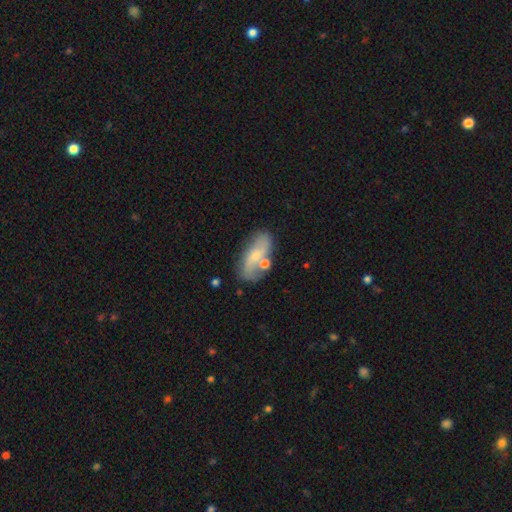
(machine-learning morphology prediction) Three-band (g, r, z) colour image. It shows a featured or disk galaxy (57%) with no bar (56%), spiral arms (76%) and a small central bulge (54%). Merging: none (62%).